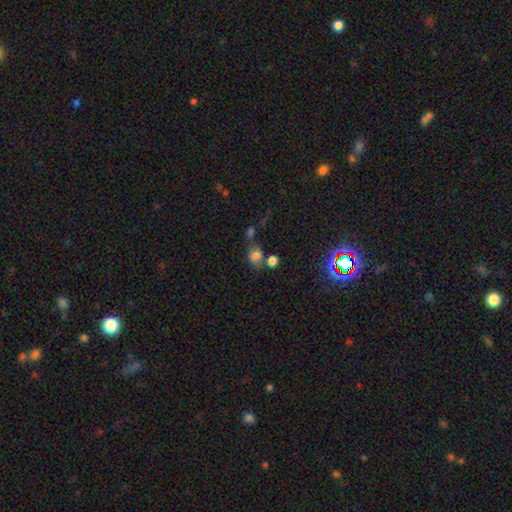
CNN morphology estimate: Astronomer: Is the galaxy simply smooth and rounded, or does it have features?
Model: smooth — 74%.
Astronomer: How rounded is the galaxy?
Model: in between — 51% (runner-up: round, 48%).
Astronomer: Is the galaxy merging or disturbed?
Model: none — 47% (runner-up: merger, 26%).